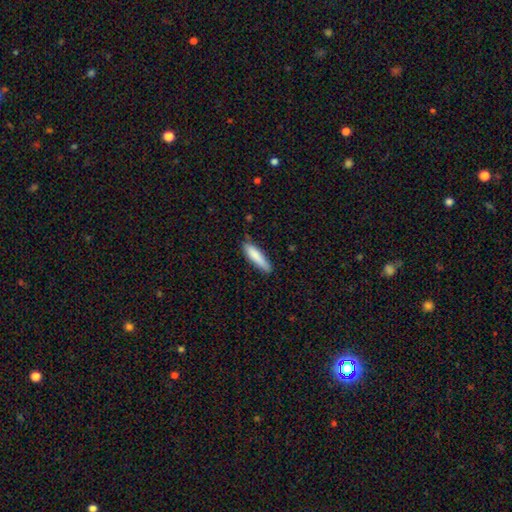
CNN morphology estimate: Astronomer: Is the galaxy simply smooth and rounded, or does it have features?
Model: smooth — 84%.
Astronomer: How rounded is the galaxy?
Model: cigar-shaped — 75%.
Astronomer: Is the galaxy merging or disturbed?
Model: none — 76%.